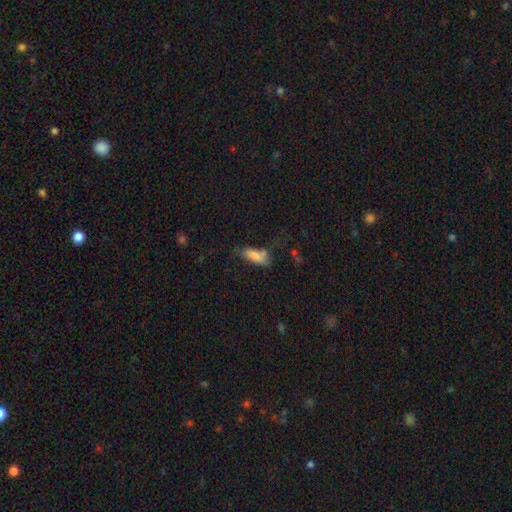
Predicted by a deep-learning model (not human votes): Smooth or featured?
  - smooth: 79% *
  - featured or disk: 12%
  - star or artifact: 9%
How rounded?
  - in between: 74% *
  - cigar-shaped: 23%
  - round: 2%
Merging?
  - none: 45% *
  - minor disturbance: 30%
  - major disturbance: 16%
  - merger: 9%